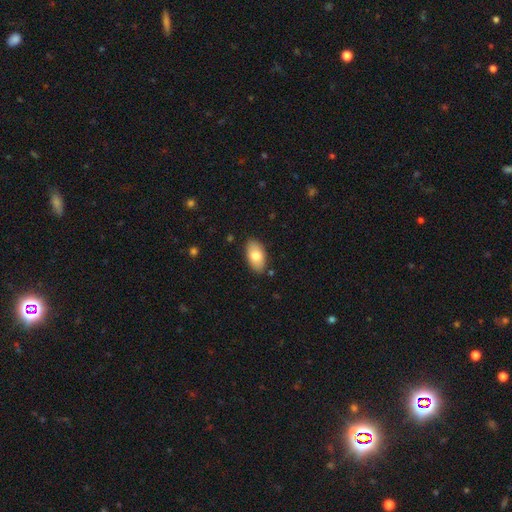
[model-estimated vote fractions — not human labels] Overall: smooth (78%). How rounded: in between (94%). Merging: none (86%).